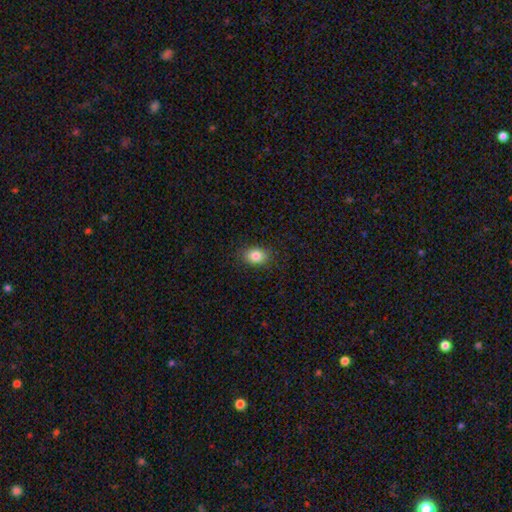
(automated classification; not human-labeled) Overall: smooth (85%). How rounded: in between (70%). Merging: none (88%).